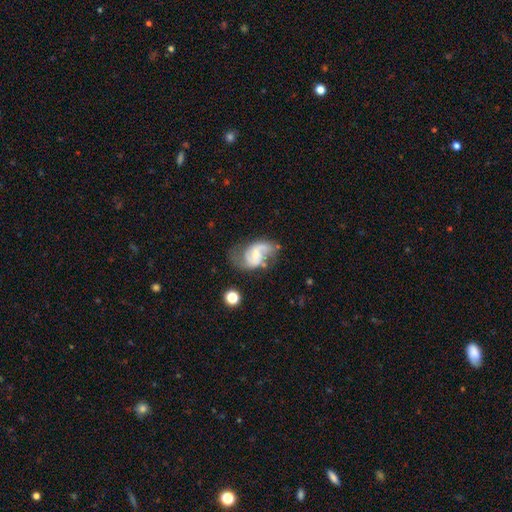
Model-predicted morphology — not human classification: Smooth or featured: featured or disk — 76% (smooth — 17%)
Edge-on disk: no — 97% (yes — 3%)
Bar: weak — 46% (no — 42%)
Spiral arms: yes — 92% (no — 8%)
Spiral winding: medium — 47% (loose — 38%)
Spiral arm count: 2 — 84% (can't tell — 7%)
Bulge size: small — 49% (moderate — 30%)
Merging: none — 51% (minor disturbance — 25%)